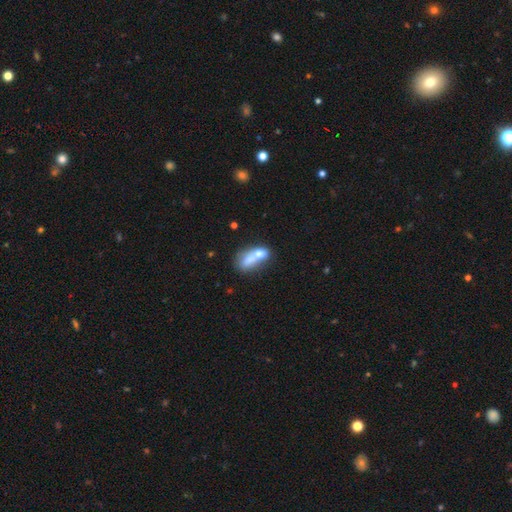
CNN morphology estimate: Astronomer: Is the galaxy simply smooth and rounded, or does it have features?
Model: smooth — 66%.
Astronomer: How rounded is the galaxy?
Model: in between — 68%.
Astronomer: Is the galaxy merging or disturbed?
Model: merger — 62%.